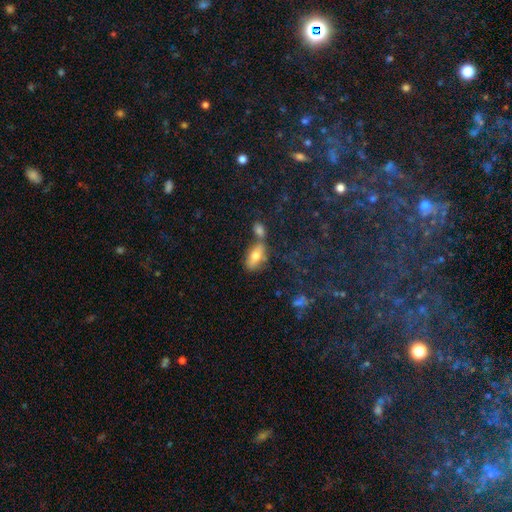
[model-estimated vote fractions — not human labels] The model was most divided on "merging": none: 51%, merger: 29%, minor disturbance: 14%, major disturbance: 6%. More confident: how rounded — in between (83%); smooth or featured — smooth (68%).